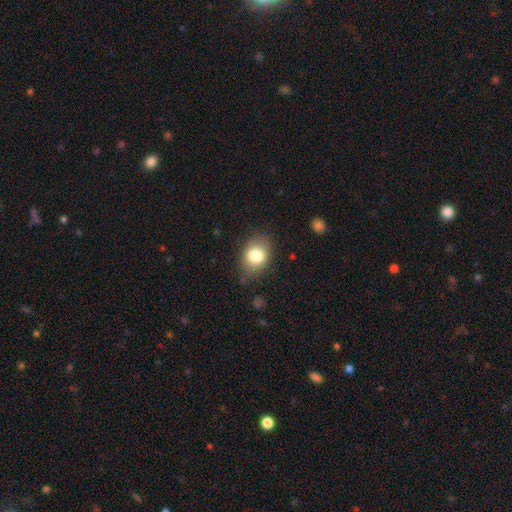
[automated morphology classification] smooth-or-featured: smooth: 80% | featured or disk: 11% | star or artifact: 9%
  how-rounded: in between: 67% | round: 32% | cigar-shaped: 1%
  merging: none: 77% | minor disturbance: 17% | major disturbance: 5% | merger: 2%